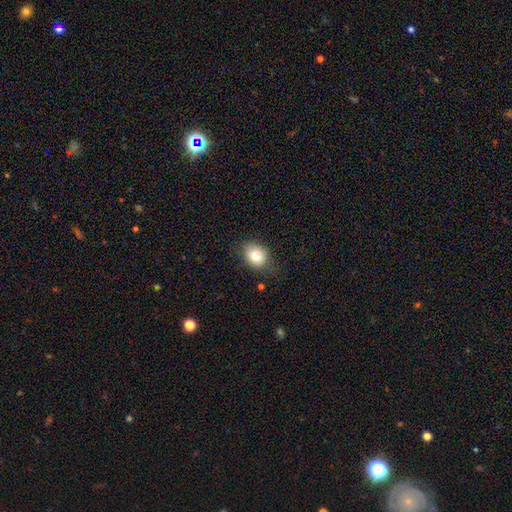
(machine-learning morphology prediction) Smooth or featured: smooth — 82% (featured or disk — 9%)
How rounded: in between — 59% (round — 40%)
Merging: none — 75% (minor disturbance — 20%)